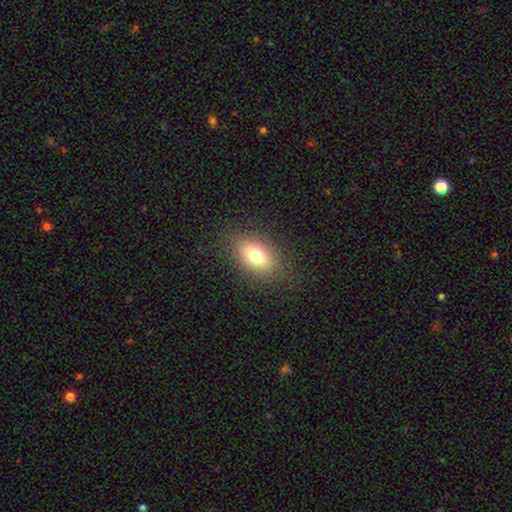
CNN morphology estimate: smooth_or_featured: smooth (p=0.76) [alt: featured or disk p=0.13]
how_rounded: in between (p=0.85) [alt: round p=0.13]
merging: none (p=0.84) [alt: minor disturbance p=0.10]